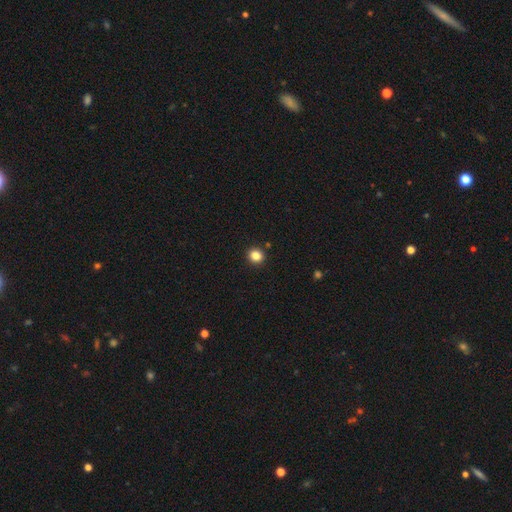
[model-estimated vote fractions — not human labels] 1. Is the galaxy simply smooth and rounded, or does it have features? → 84% smooth, 11% star or artifact, 4% featured or disk.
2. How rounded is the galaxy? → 87% round, 12% in between, 1% cigar-shaped.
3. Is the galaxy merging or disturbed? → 92% none, 5% minor disturbance, 2% merger, 2% major disturbance.